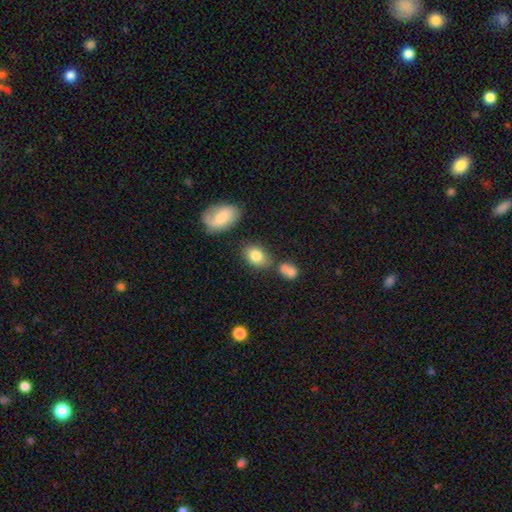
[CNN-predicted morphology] type=smooth (82%); roundness=in between (77%); merging=none (67%).